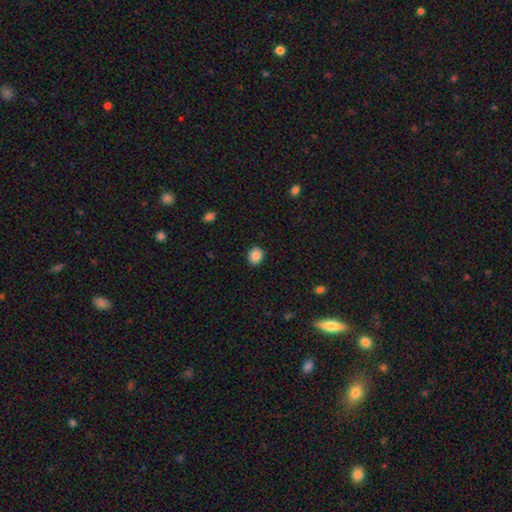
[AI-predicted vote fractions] This is clearly a smooth galaxy (86%). How rounded: likely round (68%). Merging: clearly none (90%).